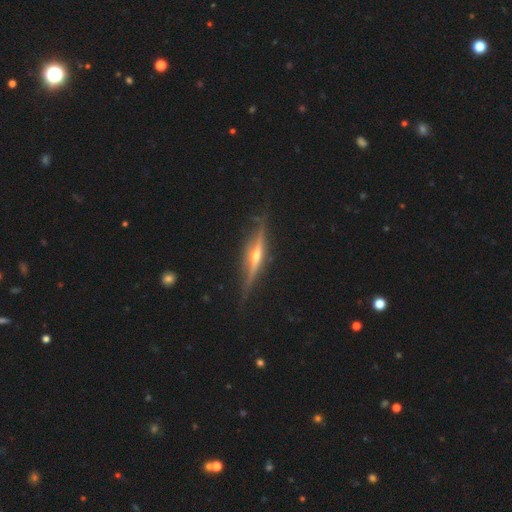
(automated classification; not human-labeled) Smooth or featured?
  - featured or disk: 84% *
  - smooth: 10%
  - star or artifact: 6%
Edge-on disk?
  - yes: 97% *
  - no: 3%
Edge-on bulge?
  - rounded: 89% *
  - none: 6%
  - boxy: 5%
Merging?
  - none: 85% *
  - minor disturbance: 11%
  - major disturbance: 3%
  - merger: 1%